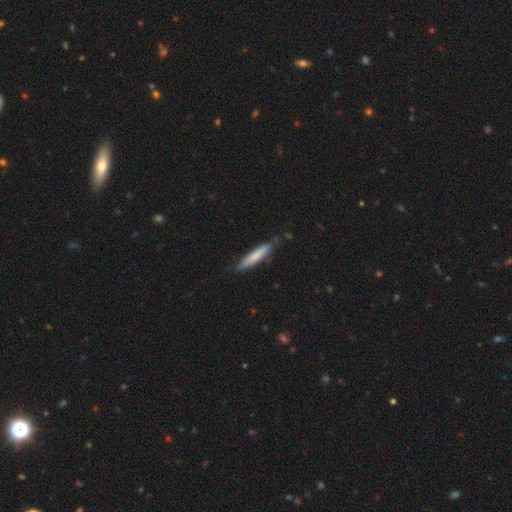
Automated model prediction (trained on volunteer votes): A smooth galaxy with no disk features (74%) that is cigar-shaped (91%).

Vote fractions:
- Smooth or featured? smooth: 74% / featured or disk: 21% / star or artifact: 5%
- How rounded? cigar-shaped: 91% / in between: 7% / round: 1%
- Merging? none: 80% / minor disturbance: 16% / major disturbance: 2% / merger: 2%